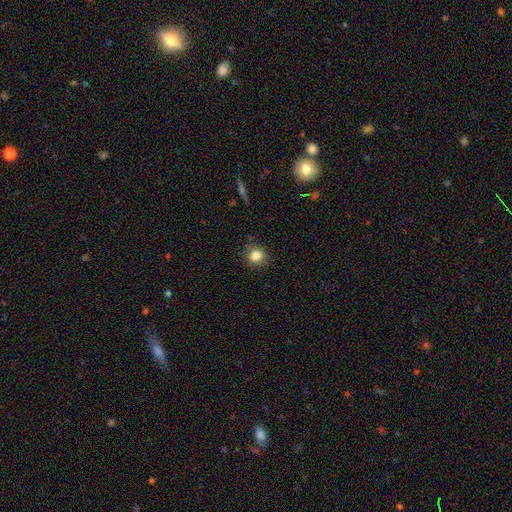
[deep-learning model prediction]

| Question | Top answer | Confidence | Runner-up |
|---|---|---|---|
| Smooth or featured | smooth | 83% | star or artifact (11%) |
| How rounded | round | 79% | in between (20%) |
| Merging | none | 86% | minor disturbance (10%) |